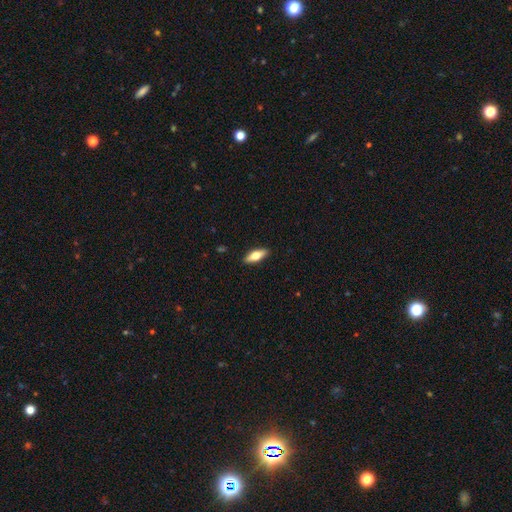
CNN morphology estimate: The model was most divided on "how rounded": in between: 64%, cigar-shaped: 33%, round: 3%. More confident: merging — none (90%); smooth or featured — smooth (63%).